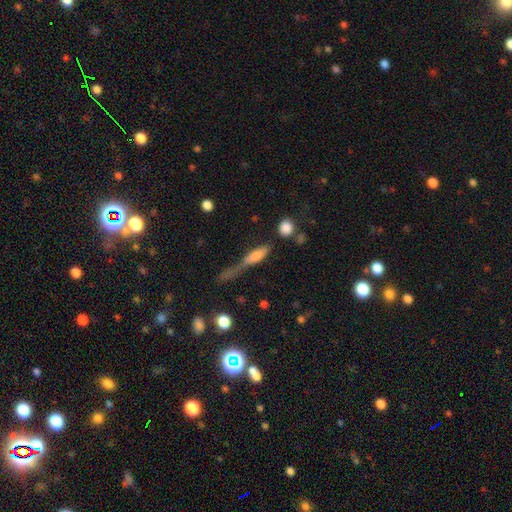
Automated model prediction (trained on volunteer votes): Smooth or featured? smooth (52%)
How rounded? cigar-shaped (68%)
Merging? none (32%)